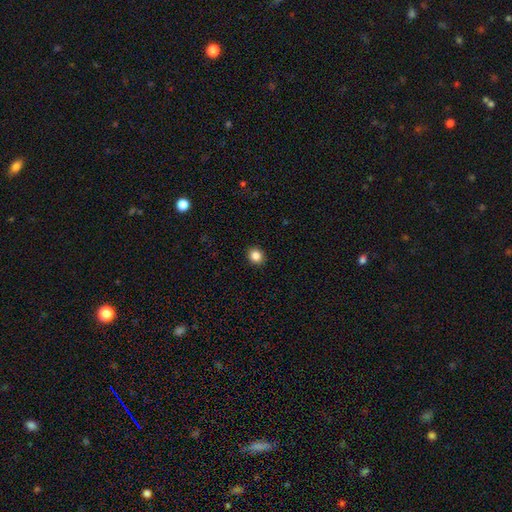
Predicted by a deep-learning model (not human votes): A smooth galaxy with no disk features (85%) that is round (80%).

Vote fractions:
- Smooth or featured? smooth: 85% / star or artifact: 11% / featured or disk: 4%
- How rounded? round: 80% / in between: 19% / cigar-shaped: 1%
- Merging? none: 92% / minor disturbance: 5% / major disturbance: 2% / merger: 1%